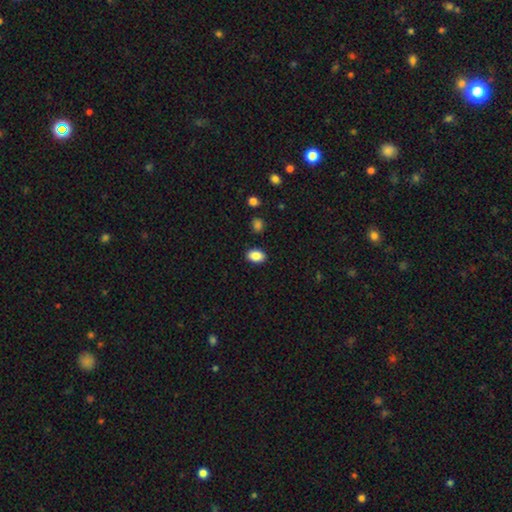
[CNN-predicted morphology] Overall: smooth (87%). How rounded: in between (83%). Merging: none (88%).